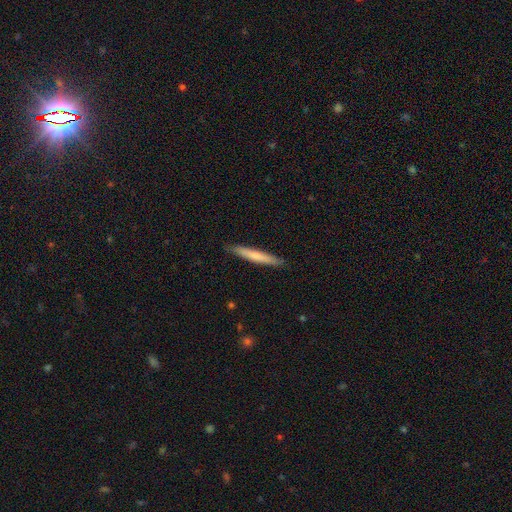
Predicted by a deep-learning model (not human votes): Q: Smooth or featured?
A: smooth (66%); runner-up: featured or disk (29%)
Q: How rounded?
A: cigar-shaped (96%); runner-up: in between (3%)
Q: Merging?
A: none (89%); runner-up: minor disturbance (8%)